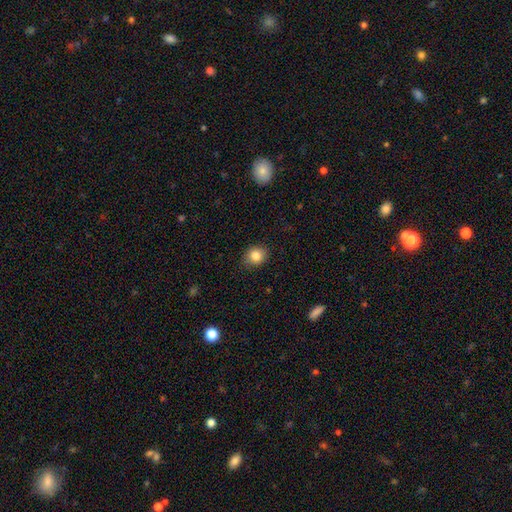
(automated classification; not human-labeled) Q: Smooth or featured?
A: smooth (84%); runner-up: star or artifact (10%)
Q: How rounded?
A: round (69%); runner-up: in between (30%)
Q: Merging?
A: none (84%); runner-up: minor disturbance (13%)